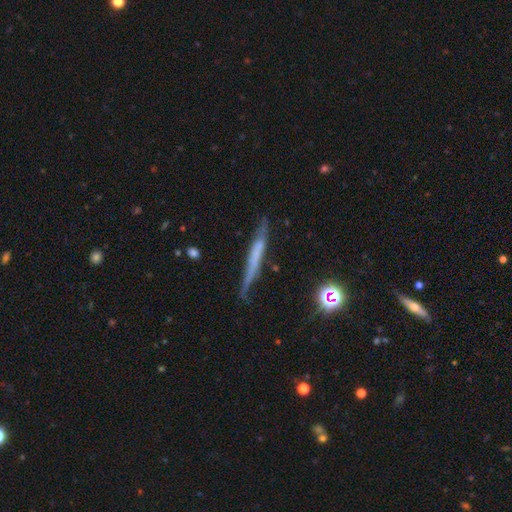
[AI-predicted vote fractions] Smooth or featured?
  - featured or disk: 52% *
  - smooth: 39%
  - star or artifact: 9%
Edge-on disk?
  - yes: 90% *
  - no: 10%
Merging?
  - none: 70% *
  - minor disturbance: 22%
  - major disturbance: 6%
  - merger: 3%